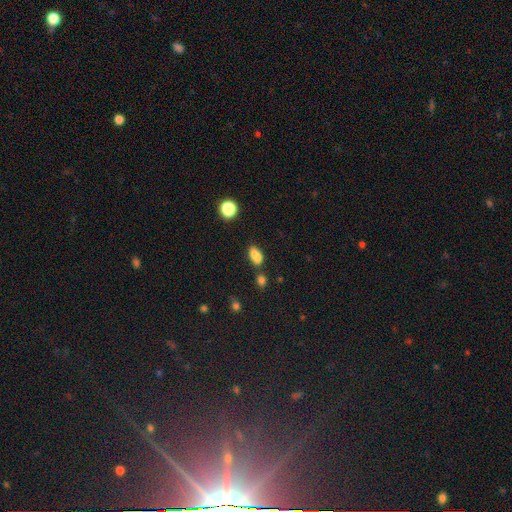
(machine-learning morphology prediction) Overall: smooth (79%). How rounded: in between (81%). Merging: none (50%; merger 27%).